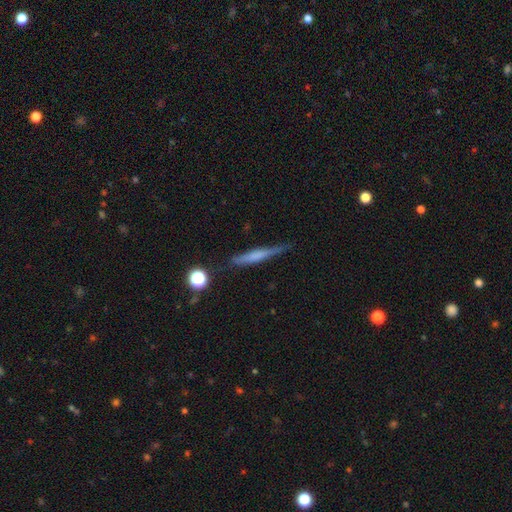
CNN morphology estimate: The model was most divided on "smooth or featured": smooth: 47%, featured or disk: 45%, star or artifact: 9%. More confident: merging — none (76%).